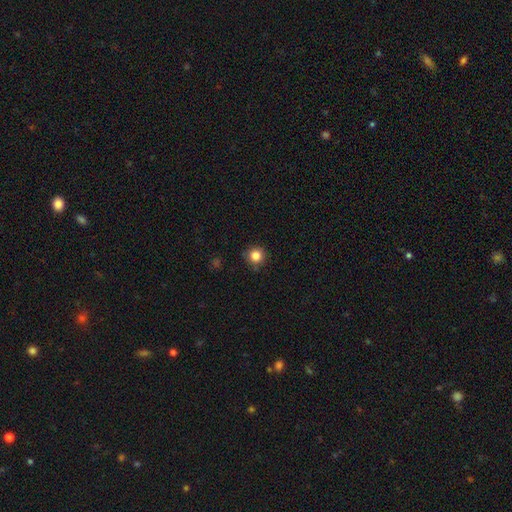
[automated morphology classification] Overall: smooth (84%). How rounded: round (94%). Merging: none (88%).